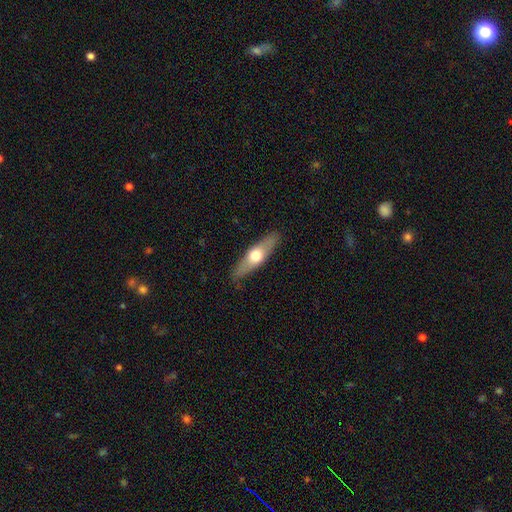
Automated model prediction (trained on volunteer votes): Overall: smooth (49%; featured or disk 46%). Merging: none (85%).